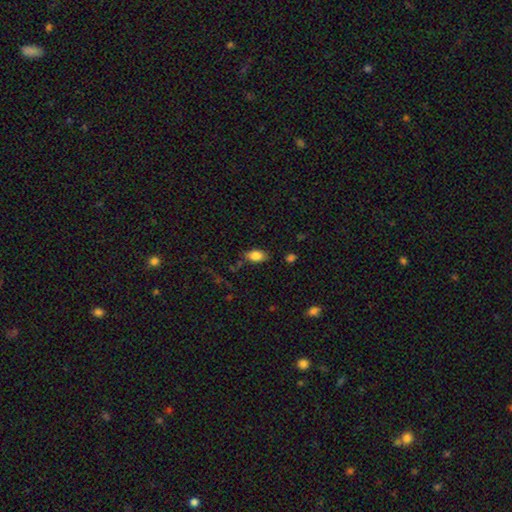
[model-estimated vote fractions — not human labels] smooth_or_featured: smooth (p=0.83) [alt: star or artifact p=0.09]
how_rounded: in between (p=0.89) [alt: round p=0.07]
merging: none (p=0.79) [alt: minor disturbance p=0.15]